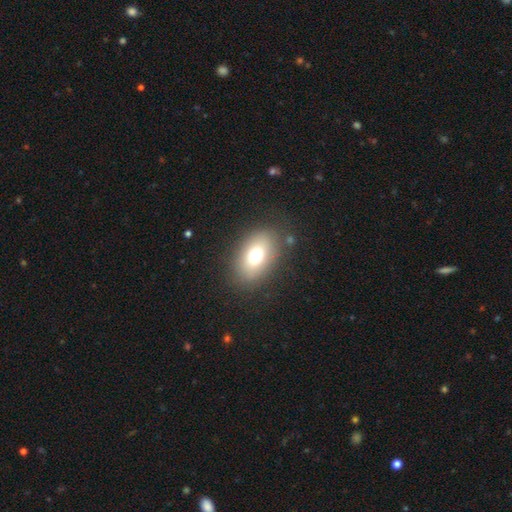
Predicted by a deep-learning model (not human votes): Smooth or featured? smooth (72%)
How rounded? in between (83%)
Merging? none (83%)